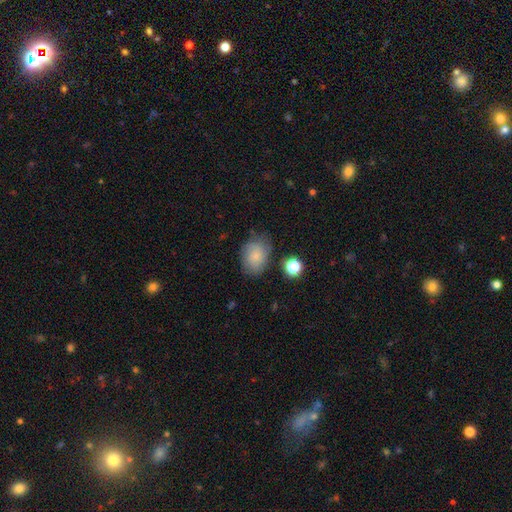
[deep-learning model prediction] This is likely a smooth galaxy (69%). How rounded: likely in between (69%). Merging: likely none (67%).